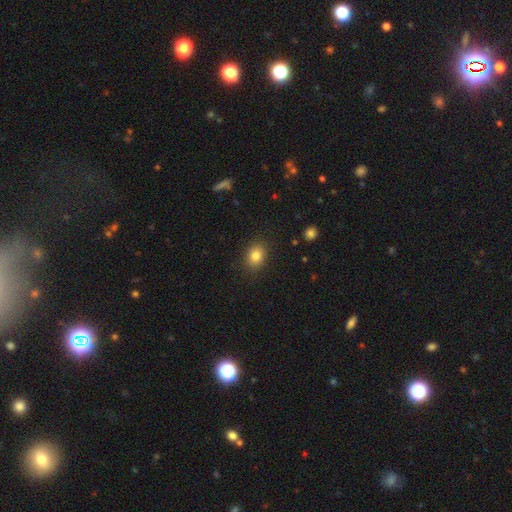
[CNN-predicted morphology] Smooth or featured? smooth (83%)
How rounded? in between (62%)
Merging? none (87%)